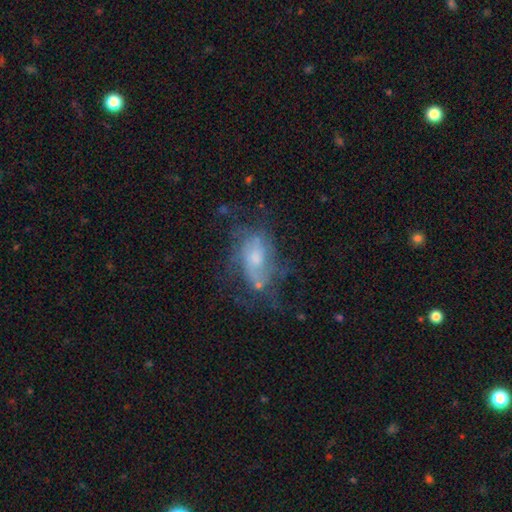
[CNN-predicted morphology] A featured or disk galaxy (63%) with no bar (67%), spiral arms (63%) and a moderate central bulge (46%). Merging: none (47%).